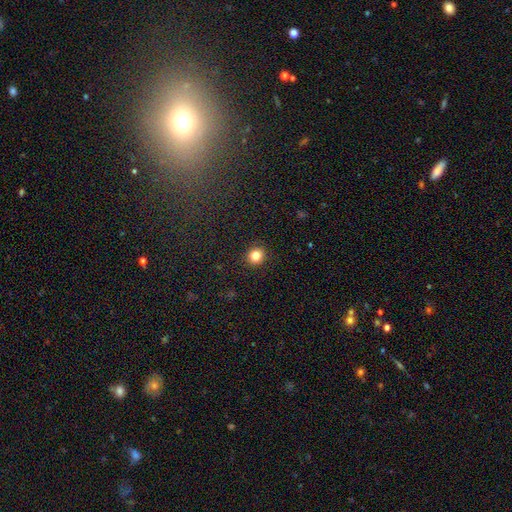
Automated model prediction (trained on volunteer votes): Morphology: type=smooth (83%); roundness=round (85%); merging=none (91%).